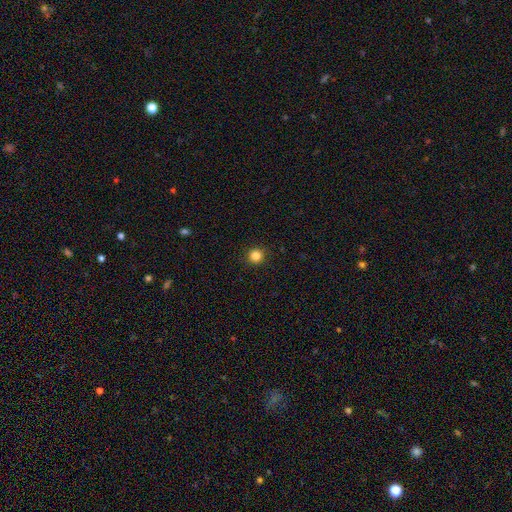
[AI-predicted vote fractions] Morphology: type=smooth (85%); roundness=round (94%); merging=none (92%).